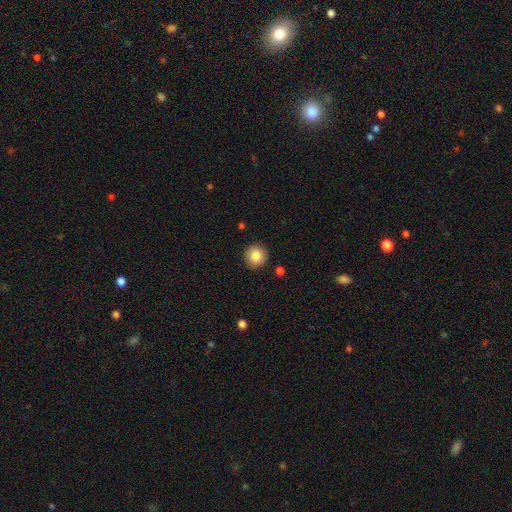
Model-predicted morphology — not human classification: smooth 86%, star or artifact 9%, featured or disk 5%. Down the decision tree: how rounded — round (93%); merging — none (91%).